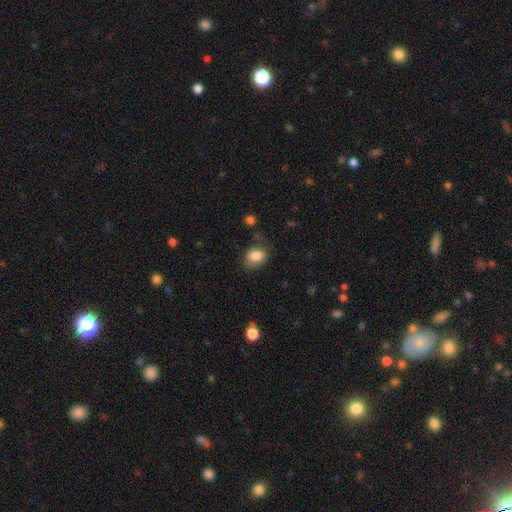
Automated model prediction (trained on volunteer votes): This appears to be a smooth galaxy with no disk features (84%) that is in between round and cigar-shaped (68%). Merging: none (65%).